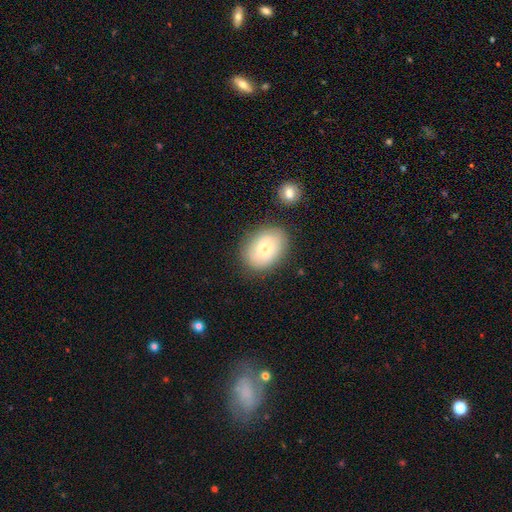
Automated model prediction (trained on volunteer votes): Morphology: type=smooth (64%); roundness=in between (74%); merging=none (81%).